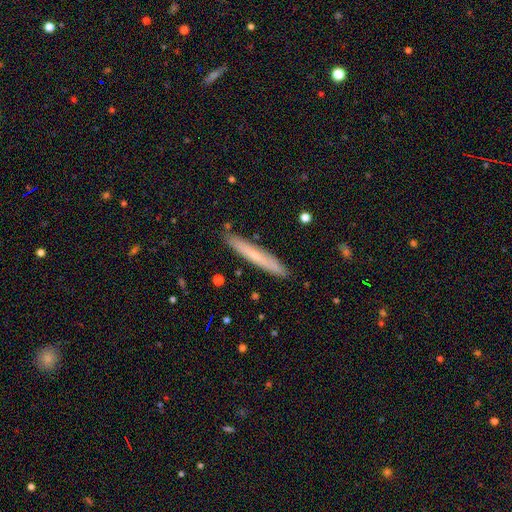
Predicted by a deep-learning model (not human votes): Morphology: type=smooth (54%); roundness=cigar-shaped (95%); merging=none (89%).